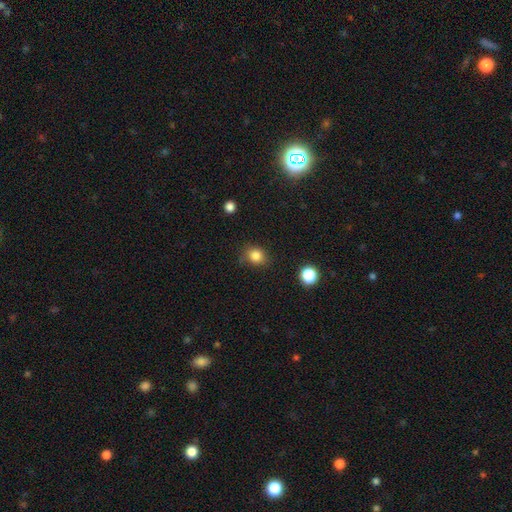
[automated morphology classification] Smooth or featured? smooth (83%)
How rounded? round (71%)
Merging? none (77%)